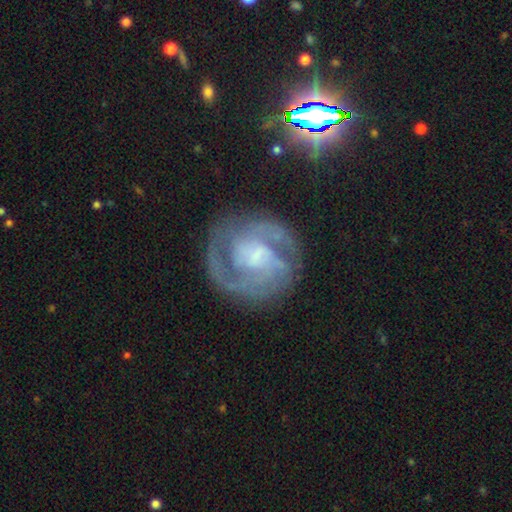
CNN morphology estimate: type=featured or disk (85%); edge-on=no (98%); bar=weak (47%); spiral arms=yes (95%); winding=tight (50%); arm count=2 (45%); bulge=small (38%); merging=none (74%).